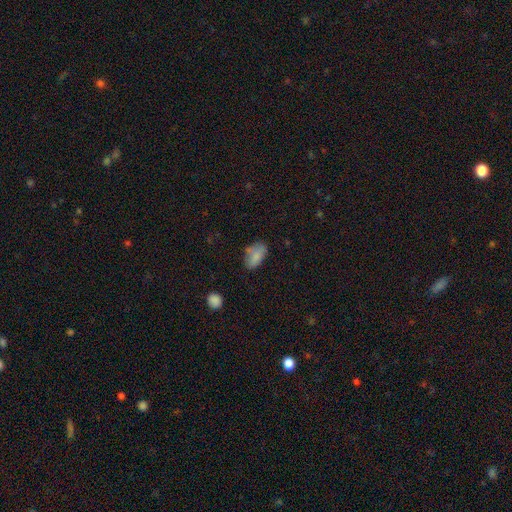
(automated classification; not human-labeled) Morphology: type=smooth (80%); roundness=in between (91%); merging=none (57%).